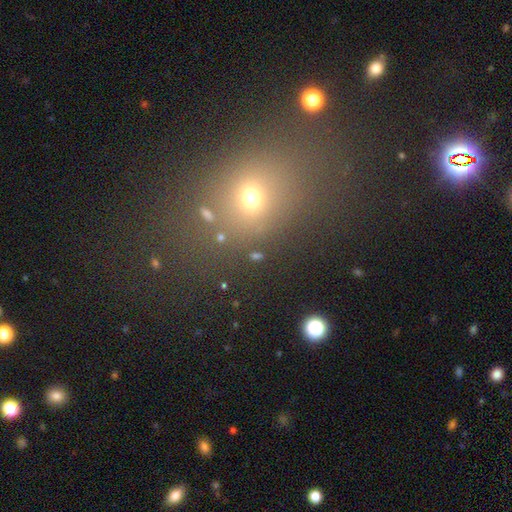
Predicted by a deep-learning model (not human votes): A smooth galaxy with no disk features (52%) that is round (61%).

Vote fractions:
- Smooth or featured? smooth: 52% / star or artifact: 36% / featured or disk: 12%
- How rounded? round: 61% / in between: 35% / cigar-shaped: 4%
- Merging? none: 77% / minor disturbance: 10% / merger: 7% / major disturbance: 6%